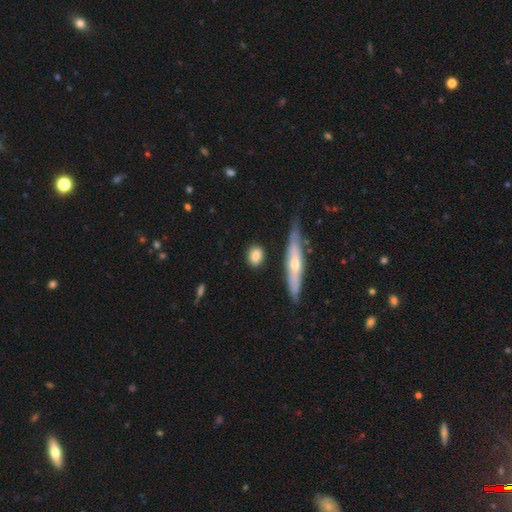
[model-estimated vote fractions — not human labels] Smooth or featured?
  - smooth: 81% *
  - featured or disk: 13%
  - star or artifact: 6%
How rounded?
  - round: 48% *
  - in between: 41%
  - cigar-shaped: 11%
Merging?
  - none: 82% *
  - minor disturbance: 12%
  - merger: 3%
  - major disturbance: 3%